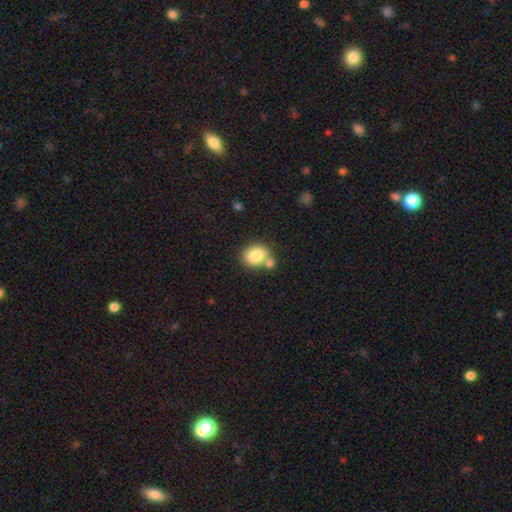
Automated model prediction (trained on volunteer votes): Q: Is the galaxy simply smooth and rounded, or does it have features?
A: smooth — 83%.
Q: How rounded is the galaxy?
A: round — 60%.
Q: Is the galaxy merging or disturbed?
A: none — 57%.